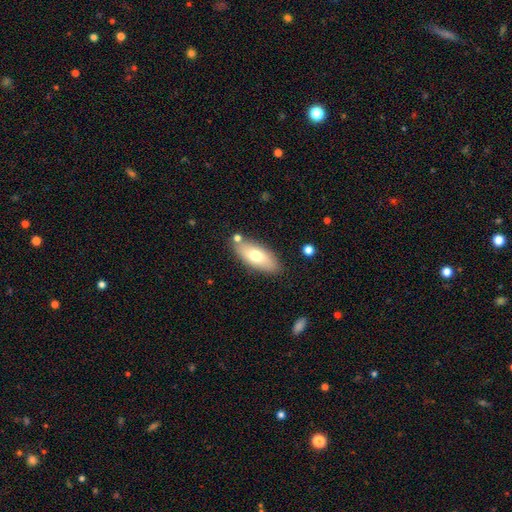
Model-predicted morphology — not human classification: Q: Smooth or featured?
A: smooth (68%); runner-up: featured or disk (25%)
Q: How rounded?
A: in between (83%); runner-up: cigar-shaped (15%)
Q: Merging?
A: none (80%); runner-up: minor disturbance (12%)